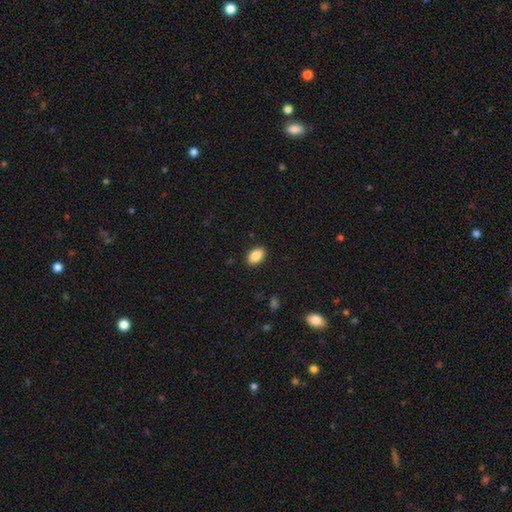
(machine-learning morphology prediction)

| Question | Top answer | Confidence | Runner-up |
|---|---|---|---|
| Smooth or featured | smooth | 88% | star or artifact (7%) |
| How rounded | in between | 87% | round (12%) |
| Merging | none | 90% | minor disturbance (7%) |